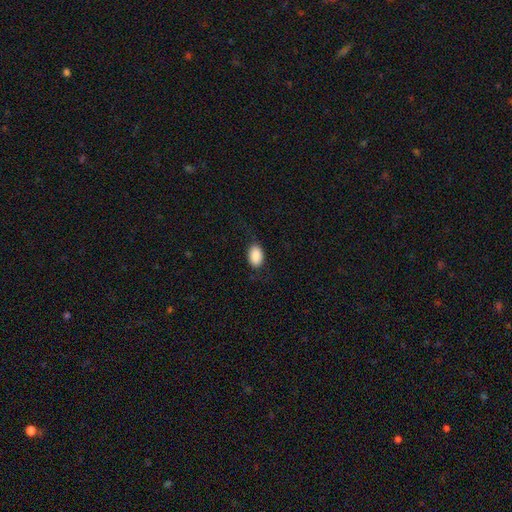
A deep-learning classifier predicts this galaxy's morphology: Smooth or featured: smooth — 89% (star or artifact — 7%)
How rounded: in between — 89% (round — 10%)
Merging: none — 80% (minor disturbance — 14%)